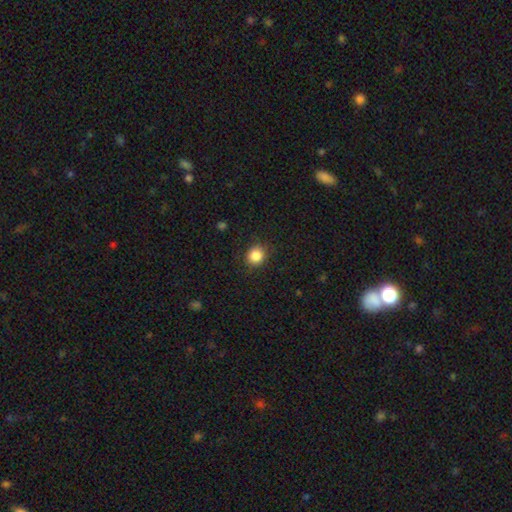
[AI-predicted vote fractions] smooth 85%, star or artifact 10%, featured or disk 4%. Down the decision tree: how rounded — round (82%); merging — none (87%).